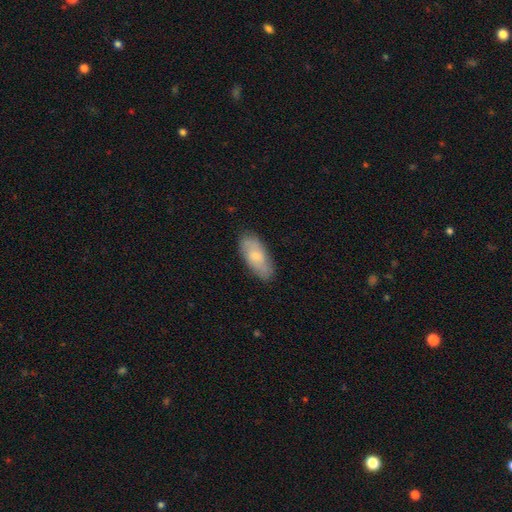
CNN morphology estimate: The model was most divided on "smooth or featured": smooth: 63%, featured or disk: 31%, star or artifact: 6%. More confident: how rounded — in between (83%); merging — none (80%).